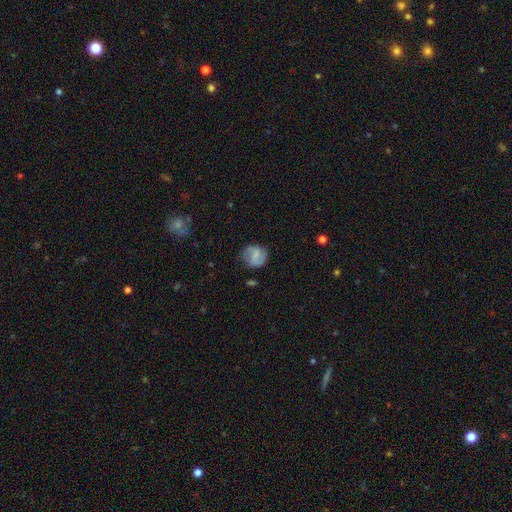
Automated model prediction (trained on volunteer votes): Smooth or featured? Predicted: featured or disk (p=0.47). Merging? Predicted: none (p=0.67).